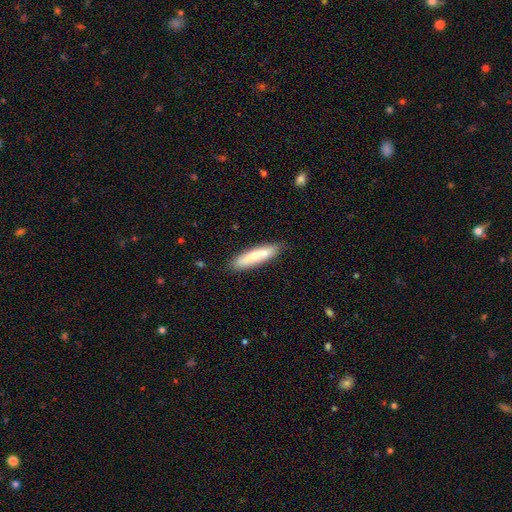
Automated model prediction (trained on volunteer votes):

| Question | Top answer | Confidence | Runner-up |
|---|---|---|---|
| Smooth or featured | smooth | 70% | featured or disk (24%) |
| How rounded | cigar-shaped | 81% | in between (18%) |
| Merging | none | 84% | minor disturbance (12%) |